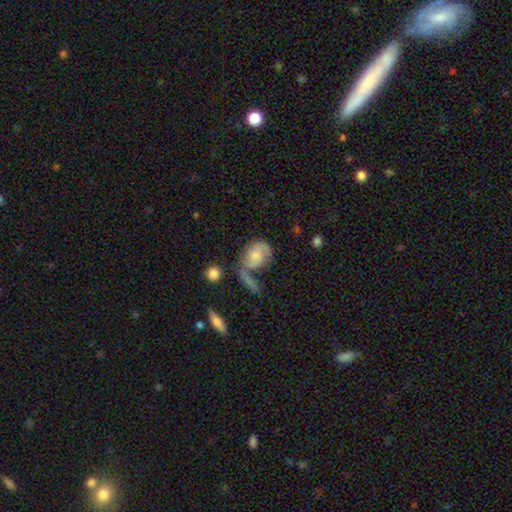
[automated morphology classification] Q: Smooth or featured?
A: smooth (54%); runner-up: featured or disk (38%)
Q: How rounded?
A: in between (71%); runner-up: round (27%)
Q: Merging?
A: none (32%); runner-up: merger (28%)